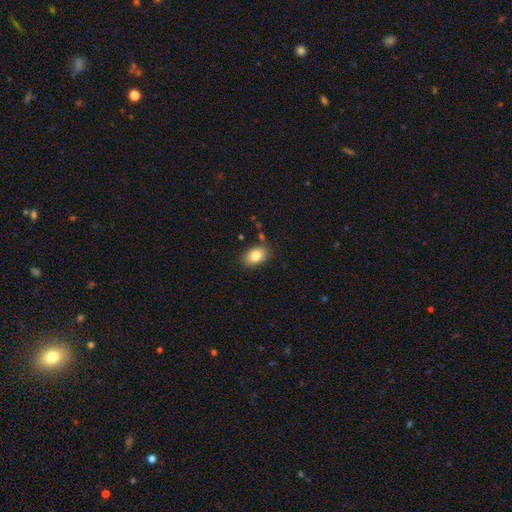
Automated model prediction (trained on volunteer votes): smooth 84%, star or artifact 8%, featured or disk 8%. Down the decision tree: how rounded — in between (83%); merging — none (83%).